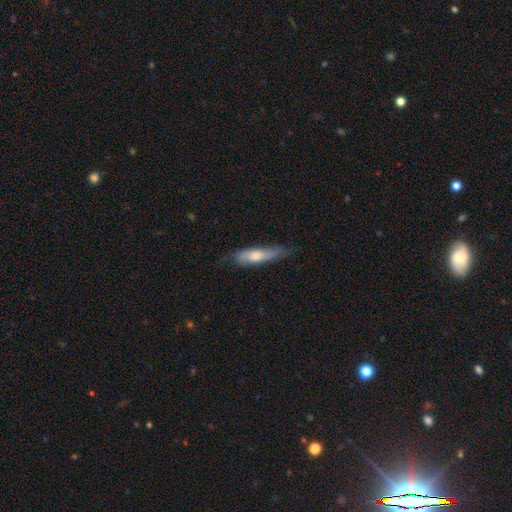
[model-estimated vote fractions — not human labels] smooth_or_featured: smooth (p=0.61) [alt: featured or disk p=0.33]
how_rounded: cigar-shaped (p=0.71) [alt: in between p=0.28]
merging: none (p=0.65) [alt: minor disturbance p=0.27]